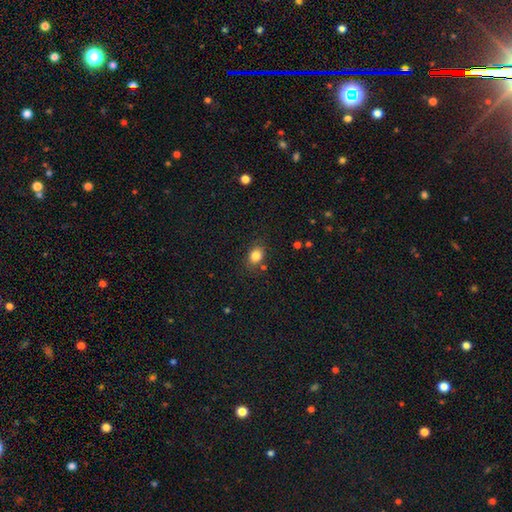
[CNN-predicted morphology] Smooth or featured? Predicted: smooth (p=0.82). How rounded? Predicted: in between (p=0.57). Merging? Predicted: none (p=0.78).